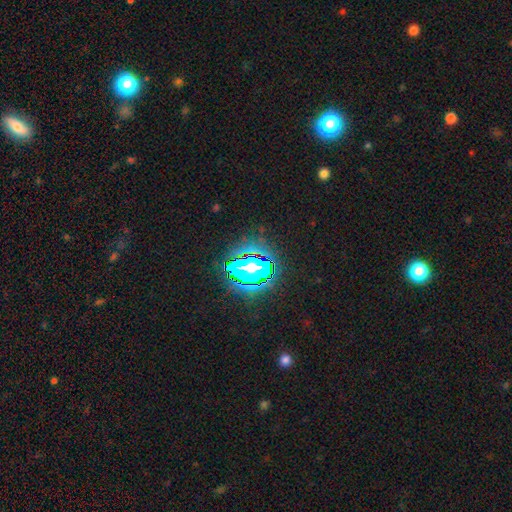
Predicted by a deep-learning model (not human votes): smooth-or-featured: star or artifact: 79% | smooth: 13% | featured or disk: 7%